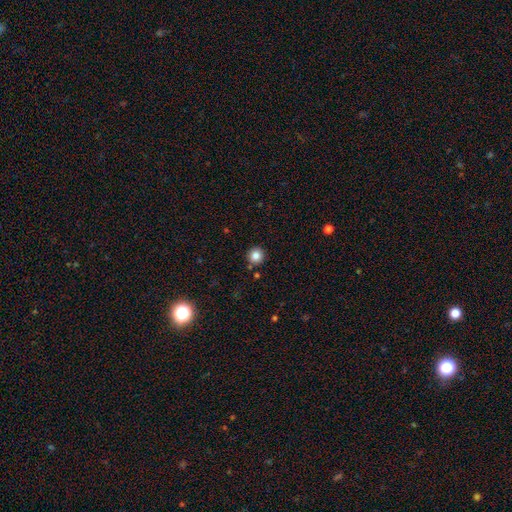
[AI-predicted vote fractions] smooth-or-featured: smooth: 84% | star or artifact: 11% | featured or disk: 5%
  how-rounded: round: 95% | in between: 4% | cigar-shaped: 1%
  merging: none: 89% | minor disturbance: 6% | merger: 3% | major disturbance: 2%